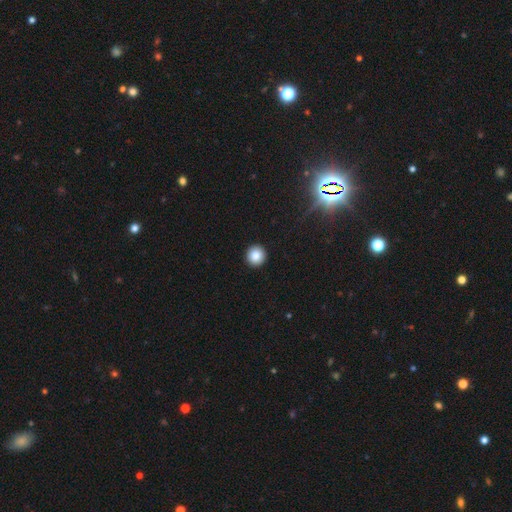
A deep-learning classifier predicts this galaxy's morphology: Smooth or featured? smooth (85%)
How rounded? round (95%)
Merging? none (93%)